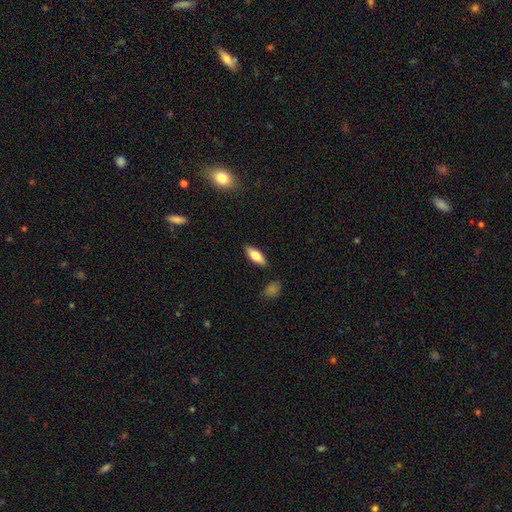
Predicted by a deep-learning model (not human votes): This is likely a smooth galaxy (69%). How rounded: likely in between (70%). Merging: clearly none (87%).